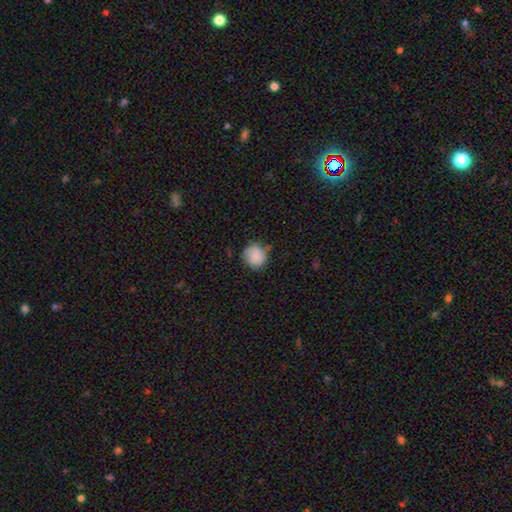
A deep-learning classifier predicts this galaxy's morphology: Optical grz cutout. It shows a smooth galaxy with no disk features (87%) that is round (84%). Merging: none (73%).